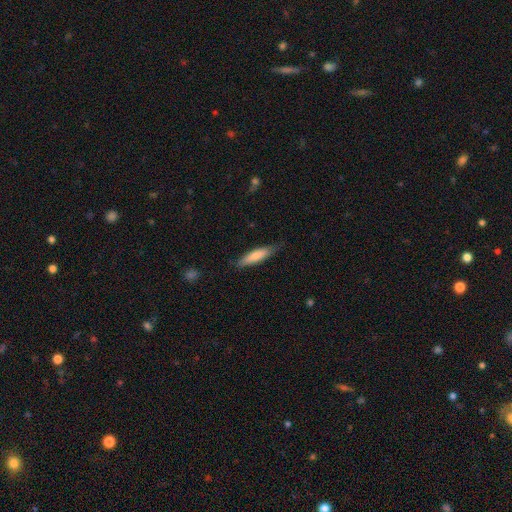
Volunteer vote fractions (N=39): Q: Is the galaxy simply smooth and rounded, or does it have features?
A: smooth — 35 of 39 (90%).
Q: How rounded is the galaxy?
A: cigar-shaped — 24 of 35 (69%).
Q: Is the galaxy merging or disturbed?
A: none — 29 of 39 (74%).